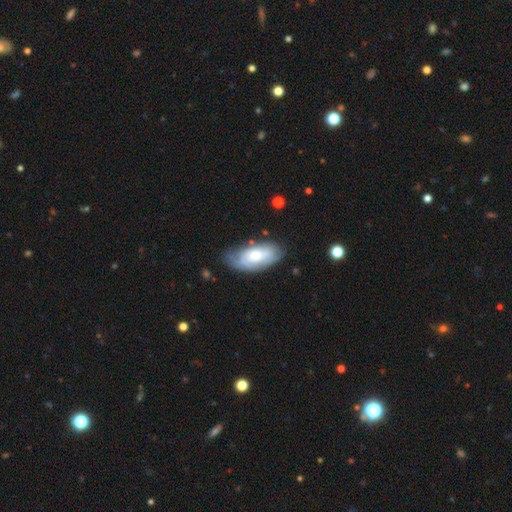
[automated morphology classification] Q: Smooth or featured?
A: smooth (57%); runner-up: featured or disk (37%)
Q: How rounded?
A: in between (92%); runner-up: cigar-shaped (5%)
Q: Merging?
A: none (63%); runner-up: minor disturbance (26%)